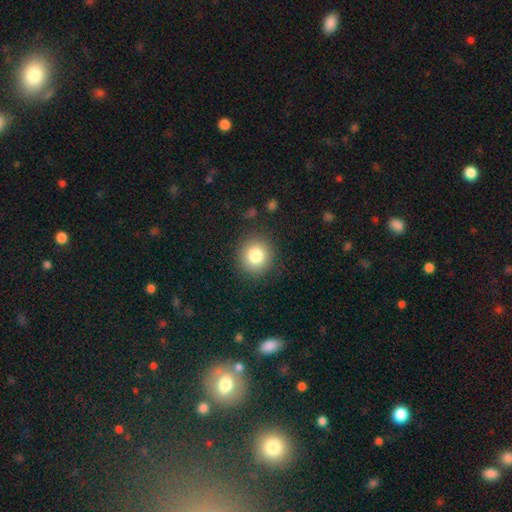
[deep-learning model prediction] Smooth or featured? Predicted: smooth (p=0.82). How rounded? Predicted: round (p=0.91). Merging? Predicted: none (p=0.88).